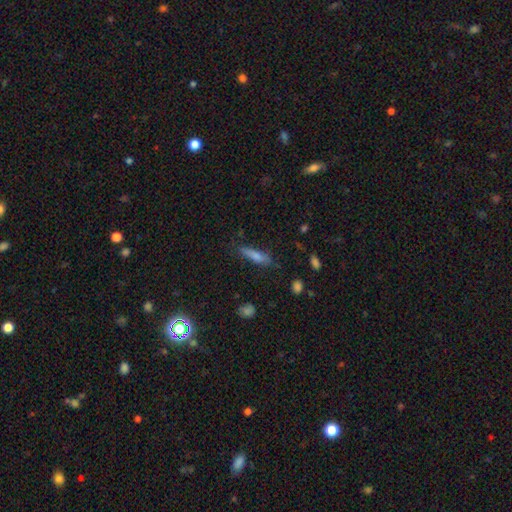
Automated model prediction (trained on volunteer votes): The model was most divided on "smooth or featured": smooth: 61%, featured or disk: 27%, star or artifact: 12%. More confident: merging — none (79%); how rounded — cigar-shaped (77%).